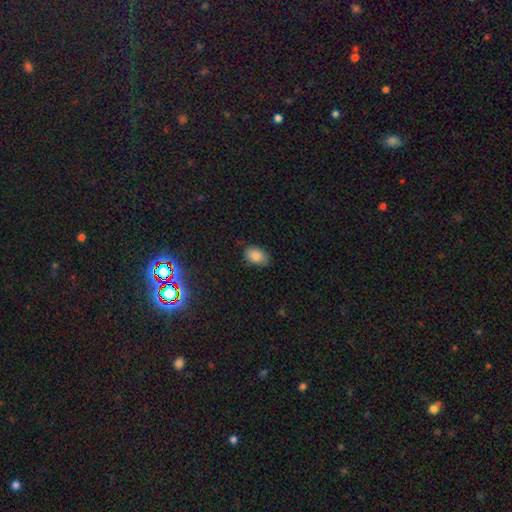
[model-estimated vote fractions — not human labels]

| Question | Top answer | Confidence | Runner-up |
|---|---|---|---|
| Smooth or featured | smooth | 86% | star or artifact (9%) |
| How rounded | in between | 86% | round (12%) |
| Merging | none | 72% | minor disturbance (22%) |